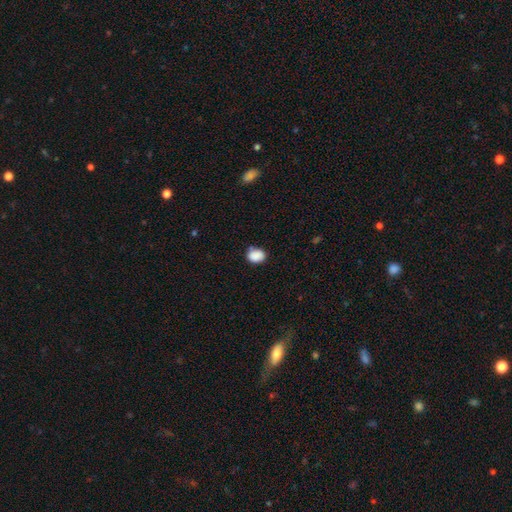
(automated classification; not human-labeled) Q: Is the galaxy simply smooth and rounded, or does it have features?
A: smooth — 88%.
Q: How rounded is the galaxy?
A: in between — 59%.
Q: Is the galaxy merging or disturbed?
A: none — 72%.